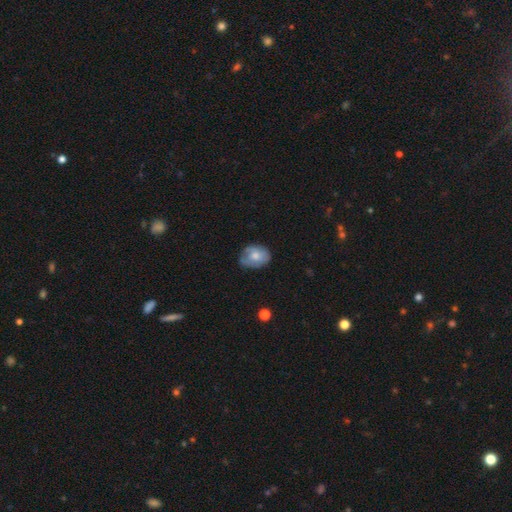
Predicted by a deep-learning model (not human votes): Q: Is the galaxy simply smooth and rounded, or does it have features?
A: smooth — 63%.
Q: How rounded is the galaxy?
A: in between — 67%.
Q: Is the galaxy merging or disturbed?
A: none — 62%.